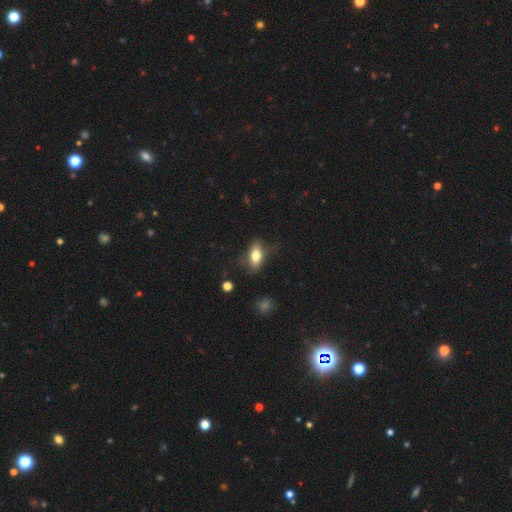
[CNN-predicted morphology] A smooth galaxy with no disk features (72%) that is in between round and cigar-shaped (82%).

Vote fractions:
- Smooth or featured? smooth: 72% / featured or disk: 20% / star or artifact: 8%
- How rounded? in between: 82% / cigar-shaped: 12% / round: 6%
- Merging? none: 67% / minor disturbance: 22% / major disturbance: 9% / merger: 2%